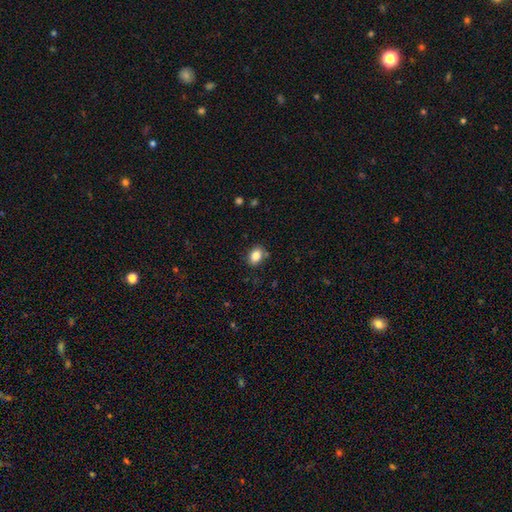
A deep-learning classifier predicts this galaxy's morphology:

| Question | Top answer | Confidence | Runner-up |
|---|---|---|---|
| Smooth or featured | smooth | 84% | star or artifact (9%) |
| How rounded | in between | 74% | round (25%) |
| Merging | none | 80% | minor disturbance (13%) |